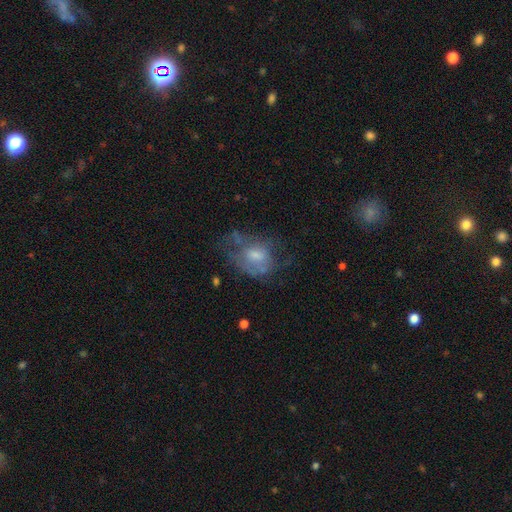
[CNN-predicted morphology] featured or disk 49%, smooth 39%, star or artifact 12%. Down the decision tree: merging — none (41%).